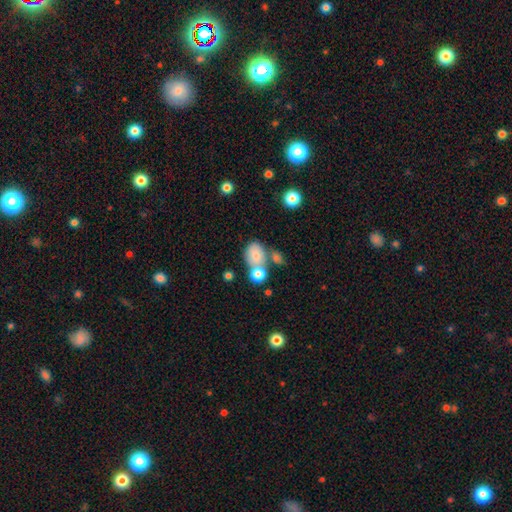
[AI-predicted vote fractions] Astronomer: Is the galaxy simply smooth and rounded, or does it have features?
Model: smooth — 74%.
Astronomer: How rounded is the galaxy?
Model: in between — 59% (runner-up: round, 39%).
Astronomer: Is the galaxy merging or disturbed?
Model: none — 41% (runner-up: merger, 40%).